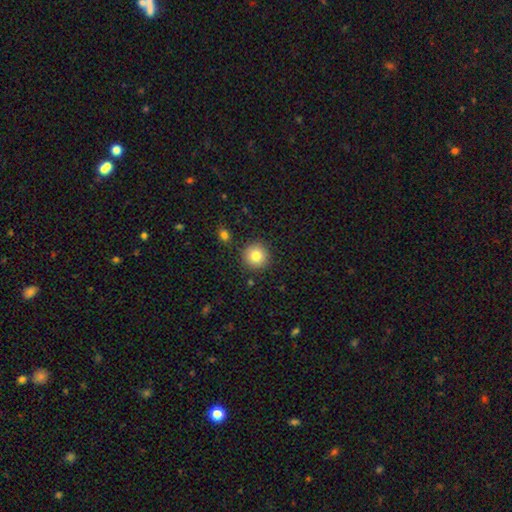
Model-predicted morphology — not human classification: Q: Smooth or featured?
A: smooth (82%); runner-up: star or artifact (10%)
Q: How rounded?
A: round (94%); runner-up: in between (5%)
Q: Merging?
A: none (89%); runner-up: minor disturbance (7%)